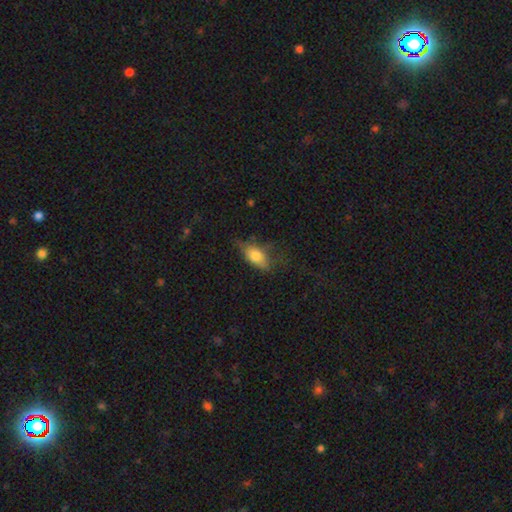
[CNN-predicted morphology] smooth-or-featured: smooth: 71% | featured or disk: 20% | star or artifact: 9%
  how-rounded: in between: 83% | cigar-shaped: 10% | round: 7%
  merging: none: 45% | minor disturbance: 33% | major disturbance: 19% | merger: 2%